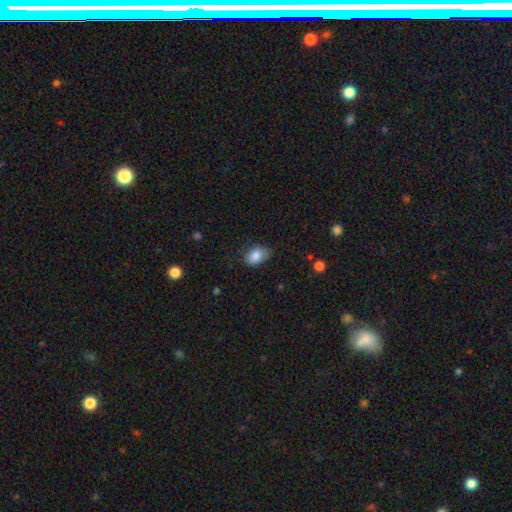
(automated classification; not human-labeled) Smooth or featured?
  - smooth: 84% *
  - featured or disk: 8%
  - star or artifact: 8%
How rounded?
  - in between: 82% *
  - round: 17%
  - cigar-shaped: 1%
Merging?
  - none: 61% *
  - minor disturbance: 30%
  - major disturbance: 7%
  - merger: 2%